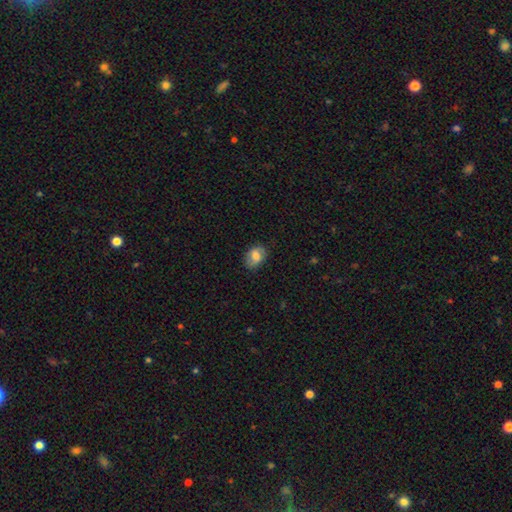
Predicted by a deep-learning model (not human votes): Overall: smooth (74%). How rounded: in between (77%). Merging: none (76%).